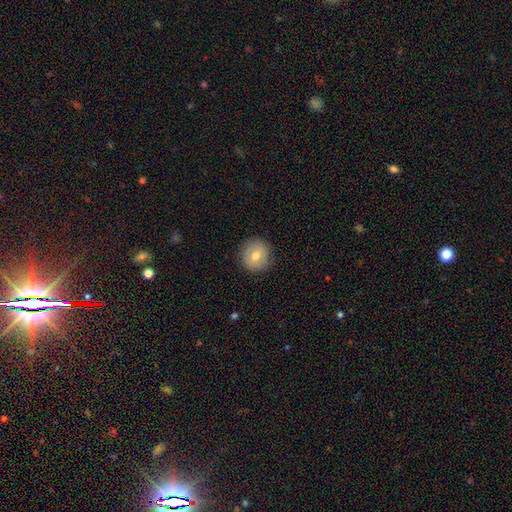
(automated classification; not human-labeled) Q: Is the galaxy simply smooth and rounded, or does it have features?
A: smooth — 65%.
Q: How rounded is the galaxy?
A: round — 92%.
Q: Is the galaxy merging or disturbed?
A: none — 88%.